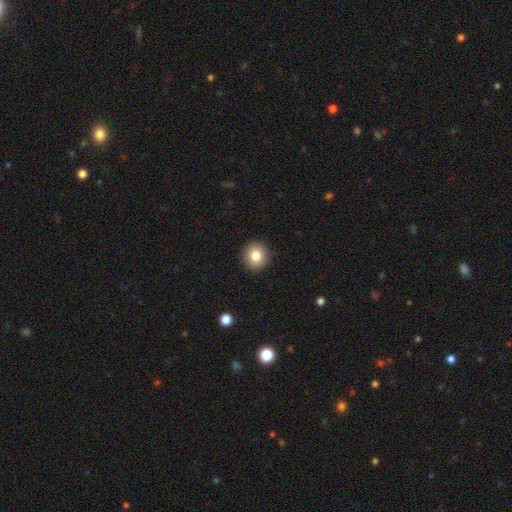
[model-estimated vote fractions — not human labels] Smooth or featured: smooth — 82% (star or artifact — 10%)
How rounded: round — 89% (in between — 10%)
Merging: none — 92% (minor disturbance — 6%)